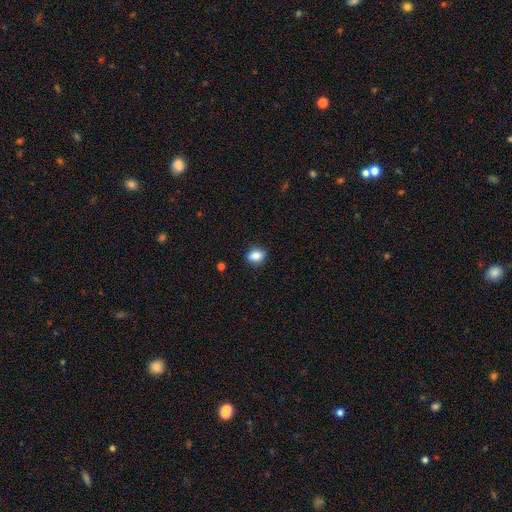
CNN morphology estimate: smooth 85%, star or artifact 9%, featured or disk 6%. Down the decision tree: how rounded — in between (67%); merging — none (83%).